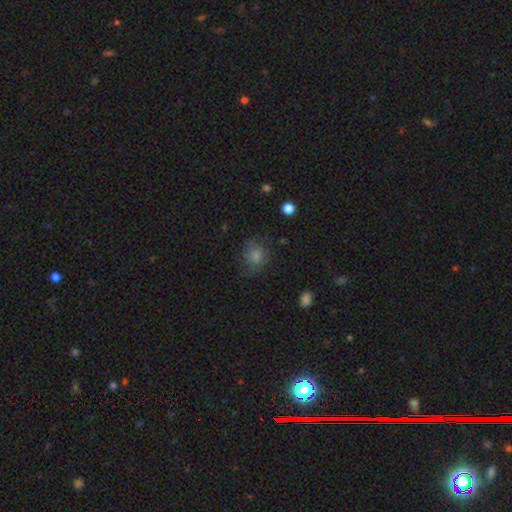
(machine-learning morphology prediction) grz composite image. It shows a smooth galaxy with no disk features (60%) that is round (75%). Merging: none (68%).